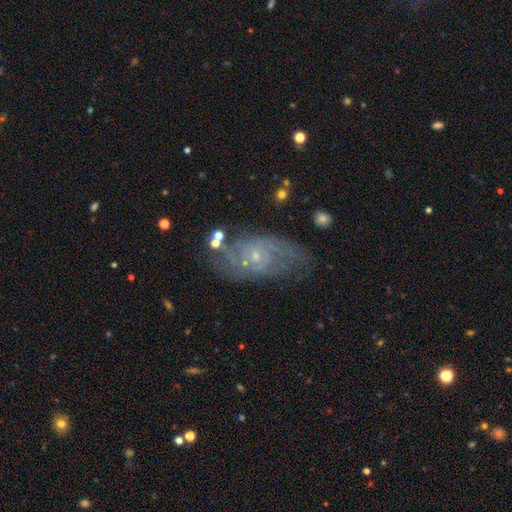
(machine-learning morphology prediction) This appears to be a featured or disk galaxy (75%) with no bar (71%), tight (46%) spiral arms (90%) and a small central bulge (81%). Merging: none (67%).